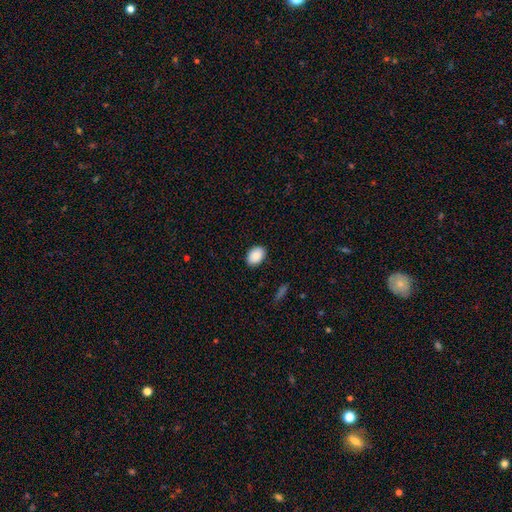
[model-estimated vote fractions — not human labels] smooth_or_featured: smooth (p=0.89) [alt: star or artifact p=0.07]
how_rounded: in between (p=0.81) [alt: round p=0.18]
merging: none (p=0.88) [alt: minor disturbance p=0.09]